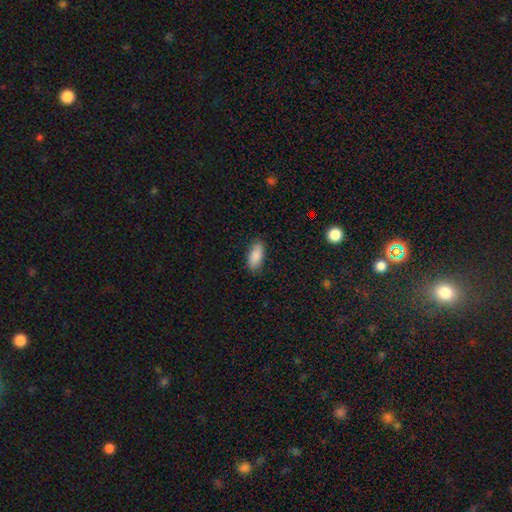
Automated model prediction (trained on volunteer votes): Smooth or featured? Predicted: smooth (p=0.88). How rounded? Predicted: in between (p=0.84). Merging? Predicted: none (p=0.86).